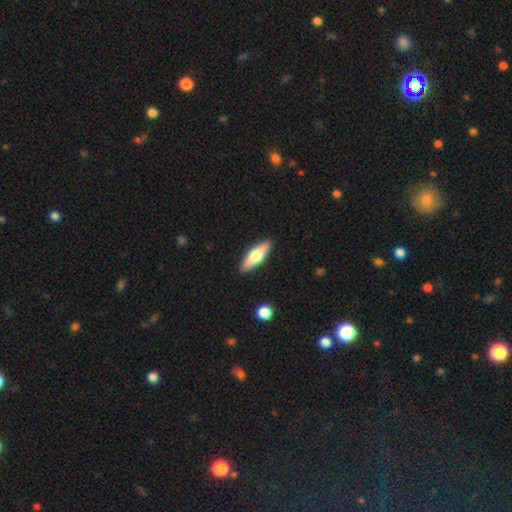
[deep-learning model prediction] smooth 54%, featured or disk 40%, star or artifact 6%. Down the decision tree: how rounded — in between (54%); merging — none (89%).